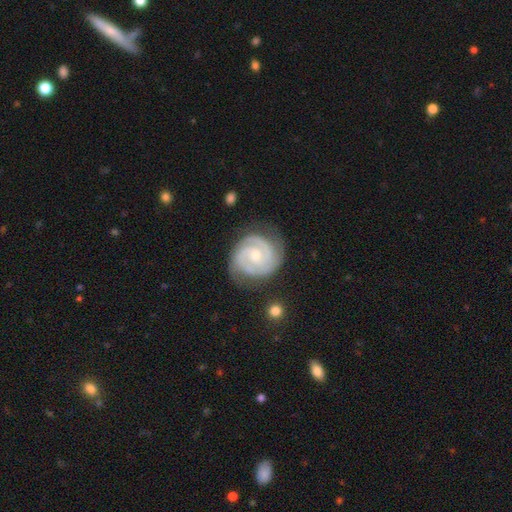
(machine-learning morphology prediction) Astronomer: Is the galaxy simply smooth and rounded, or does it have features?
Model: featured or disk — 90%.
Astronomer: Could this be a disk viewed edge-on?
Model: no — 98%.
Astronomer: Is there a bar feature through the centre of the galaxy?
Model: no — 65%.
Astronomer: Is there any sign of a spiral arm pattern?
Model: yes — 98%.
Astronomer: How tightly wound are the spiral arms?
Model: tight — 69%.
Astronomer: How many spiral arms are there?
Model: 2 — 49% (runner-up: 3, 36%).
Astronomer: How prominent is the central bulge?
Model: small — 48%, tied with moderate at 48%.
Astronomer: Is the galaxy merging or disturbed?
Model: none — 75%.